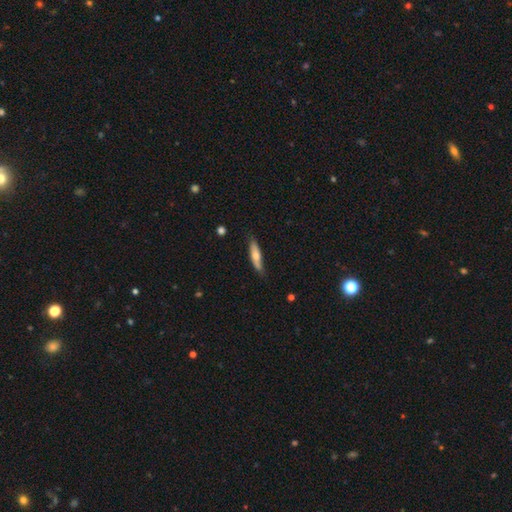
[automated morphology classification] Overall: smooth (64%; featured or disk 30%). How rounded: cigar-shaped (74%). Merging: none (71%).